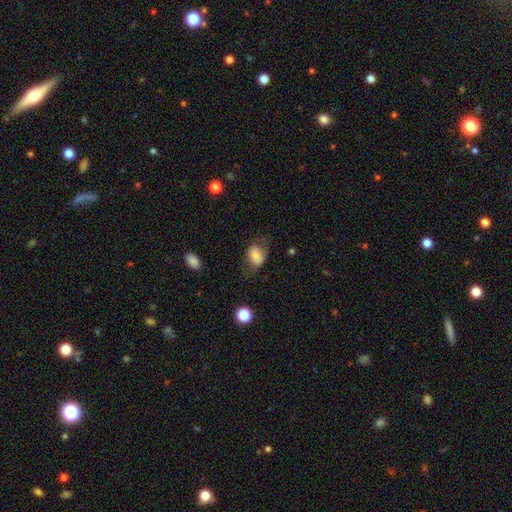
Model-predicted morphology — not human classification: Smooth or featured?
  - smooth: 72% *
  - featured or disk: 19%
  - star or artifact: 9%
How rounded?
  - in between: 73% *
  - round: 26%
  - cigar-shaped: 1%
Merging?
  - none: 57% *
  - minor disturbance: 25%
  - major disturbance: 16%
  - merger: 2%